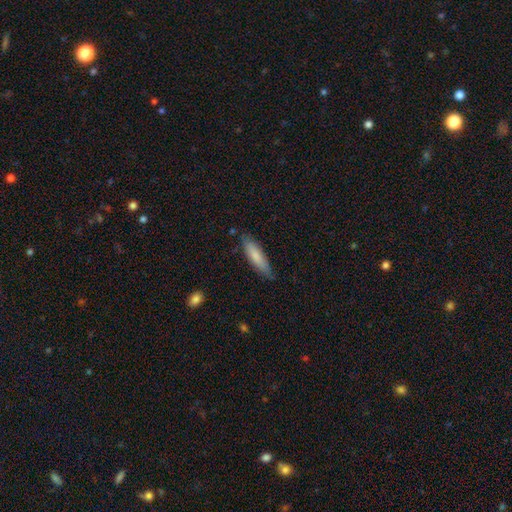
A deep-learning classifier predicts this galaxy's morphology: smooth_or_featured: smooth (p=0.78) [alt: featured or disk p=0.17]
how_rounded: cigar-shaped (p=0.71) [alt: in between p=0.28]
merging: none (p=0.77) [alt: minor disturbance p=0.19]